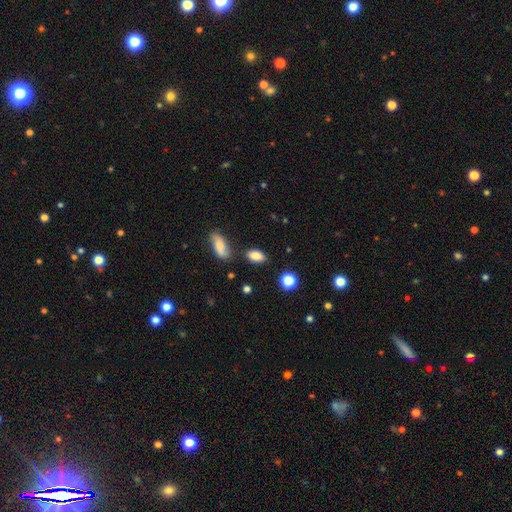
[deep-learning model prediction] A smooth galaxy with no disk features (83%) that is in between round and cigar-shaped (90%). Merging: none (79%).